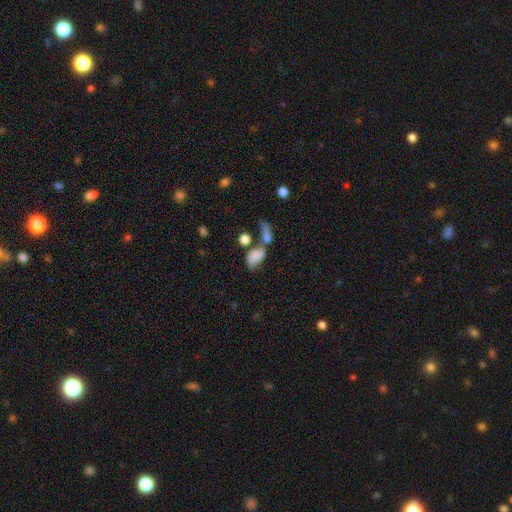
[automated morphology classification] smooth 72%, featured or disk 18%, star or artifact 11%. Down the decision tree: how rounded — in between (85%); merging — merger (51%).